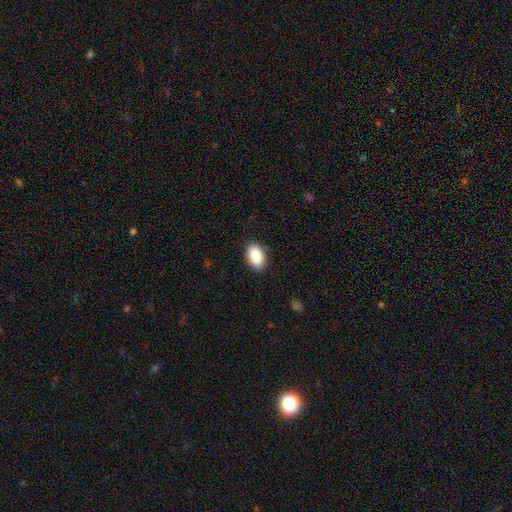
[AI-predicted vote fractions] smooth_or_featured: smooth (p=0.89) [alt: star or artifact p=0.07]
how_rounded: in between (p=0.93) [alt: round p=0.06]
merging: none (p=0.87) [alt: minor disturbance p=0.10]